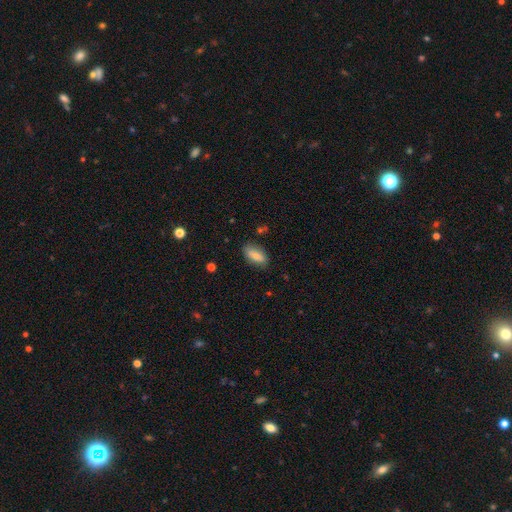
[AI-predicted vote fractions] A smooth galaxy with no disk features (81%) that is in between round and cigar-shaped (88%).

Vote fractions:
- Smooth or featured? smooth: 81% / featured or disk: 13% / star or artifact: 7%
- How rounded? in between: 88% / cigar-shaped: 10% / round: 3%
- Merging? none: 80% / minor disturbance: 15% / major disturbance: 3% / merger: 2%